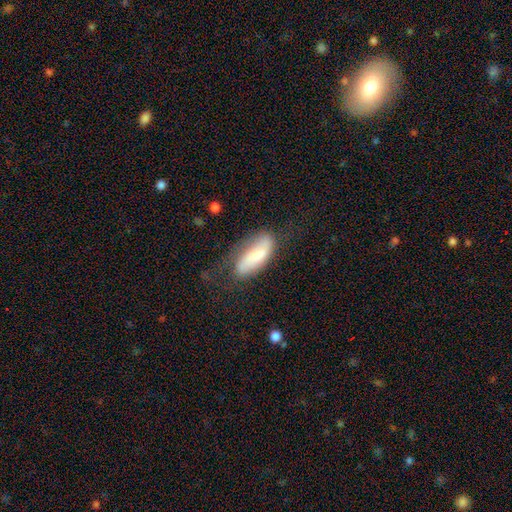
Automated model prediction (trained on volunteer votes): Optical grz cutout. It shows a smooth galaxy with no disk features (60%) that is in between round and cigar-shaped (75%). Merging: none (54%).